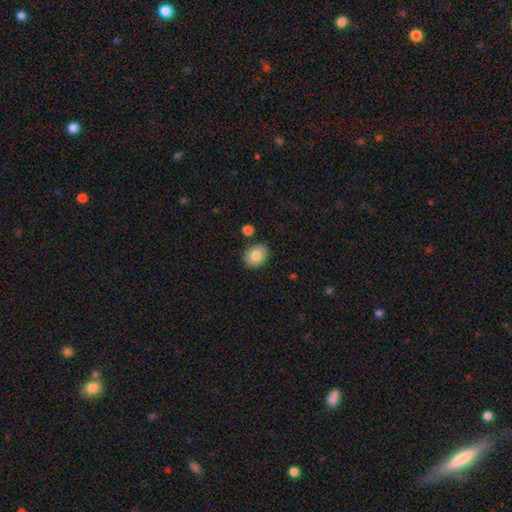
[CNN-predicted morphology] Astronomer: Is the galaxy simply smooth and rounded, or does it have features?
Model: smooth — 78%.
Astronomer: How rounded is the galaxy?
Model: round — 60% (runner-up: in between, 39%).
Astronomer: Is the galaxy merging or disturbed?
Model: none — 83%.